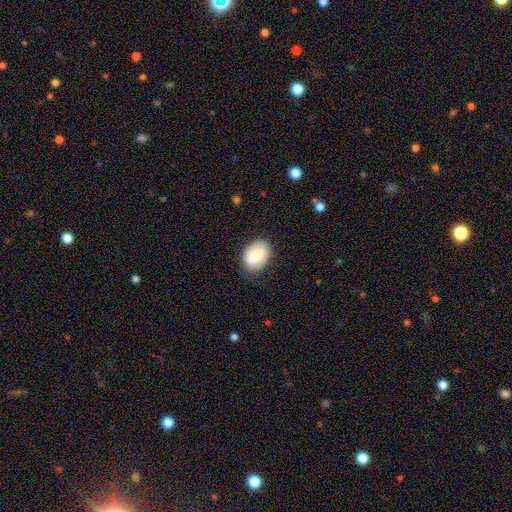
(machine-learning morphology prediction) Smooth or featured? Predicted: smooth (p=0.62). How rounded? Predicted: in between (p=0.73). Merging? Predicted: none (p=0.78).